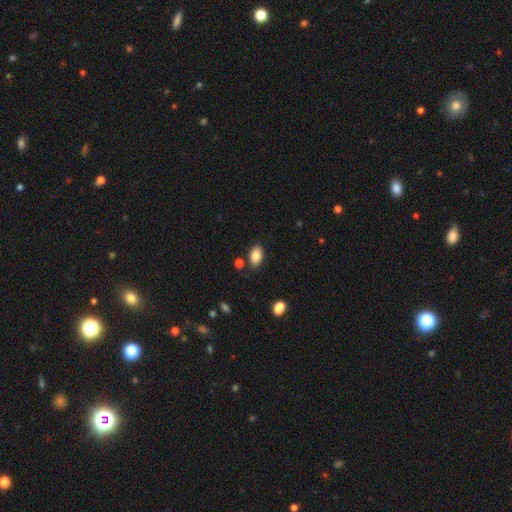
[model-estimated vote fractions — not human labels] Morphology: type=smooth (85%); roundness=in between (90%); merging=none (82%).